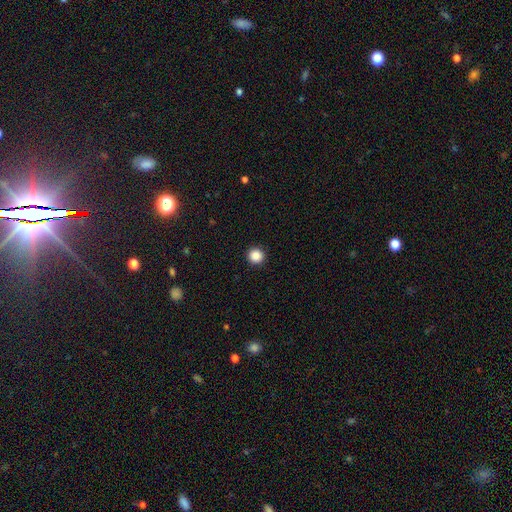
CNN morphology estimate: smooth_or_featured: smooth (p=0.87) [alt: star or artifact p=0.10]
how_rounded: round (p=0.95) [alt: in between p=0.04]
merging: none (p=0.93) [alt: minor disturbance p=0.04]